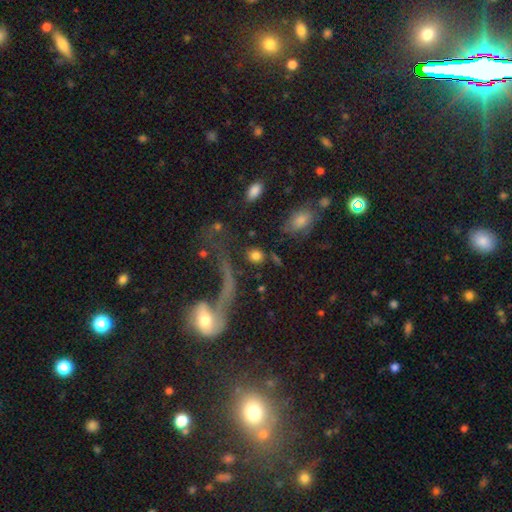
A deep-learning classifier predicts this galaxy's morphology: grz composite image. It shows a smooth galaxy with no disk features (80%) that is round (63%). Merging: none (69%).